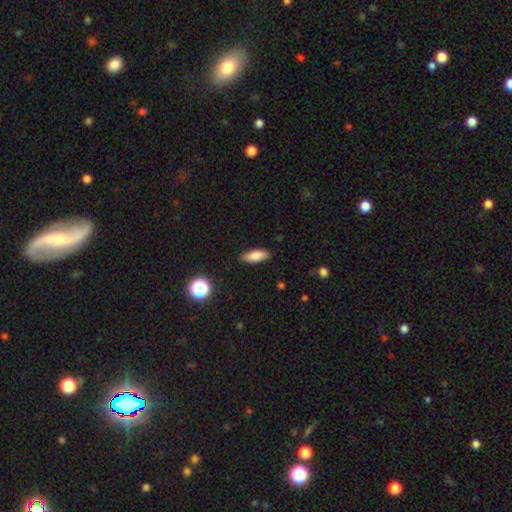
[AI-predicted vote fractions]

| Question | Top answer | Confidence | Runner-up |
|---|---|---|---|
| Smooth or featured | smooth | 80% | featured or disk (12%) |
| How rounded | in between | 65% | cigar-shaped (32%) |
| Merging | none | 86% | minor disturbance (11%) |